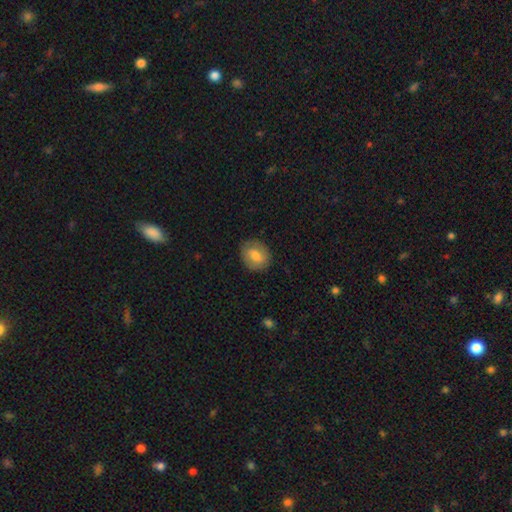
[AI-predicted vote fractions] Smooth or featured?
  - smooth: 68% *
  - featured or disk: 25%
  - star or artifact: 7%
How rounded?
  - round: 51% *
  - in between: 48%
  - cigar-shaped: 1%
Merging?
  - none: 82% *
  - minor disturbance: 13%
  - major disturbance: 4%
  - merger: 1%